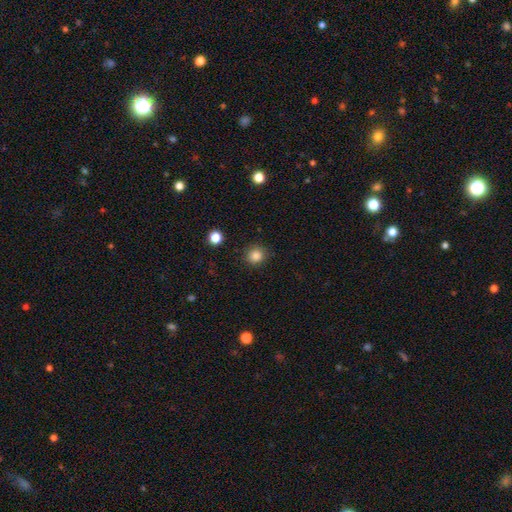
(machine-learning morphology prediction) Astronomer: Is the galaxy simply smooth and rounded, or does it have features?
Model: smooth — 85%.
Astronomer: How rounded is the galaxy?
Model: round — 91%.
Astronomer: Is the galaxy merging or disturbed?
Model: none — 88%.